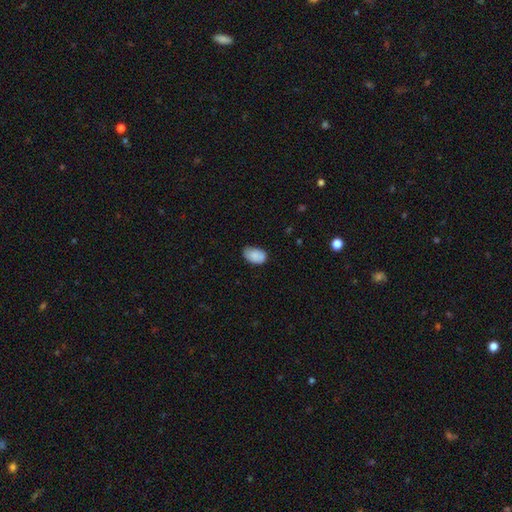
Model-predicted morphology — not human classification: smooth 85%, featured or disk 7%, star or artifact 7%. Down the decision tree: how rounded — in between (89%); merging — none (63%).